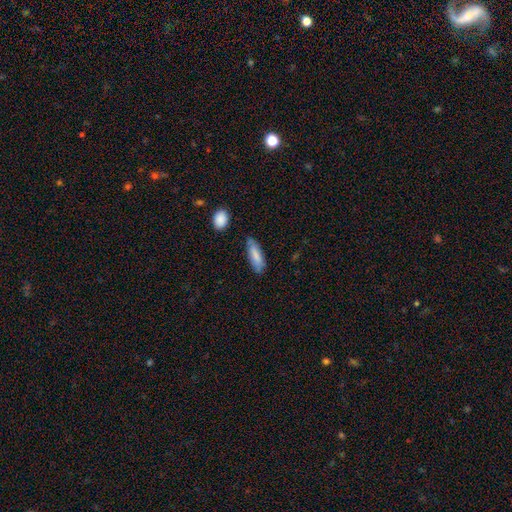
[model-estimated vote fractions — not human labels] A smooth galaxy with no disk features (80%) that is in between round and cigar-shaped (55%).

Vote fractions:
- Smooth or featured? smooth: 80% / featured or disk: 14% / star or artifact: 6%
- How rounded? in between: 55% / cigar-shaped: 43% / round: 2%
- Merging? none: 72% / minor disturbance: 21% / major disturbance: 4% / merger: 3%